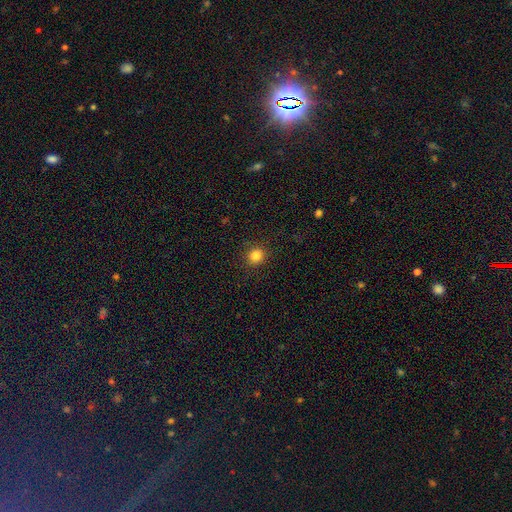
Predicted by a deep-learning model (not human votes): The model was most divided on "smooth or featured": smooth: 84%, star or artifact: 12%, featured or disk: 4%. More confident: merging — none (90%); how rounded — round (90%).